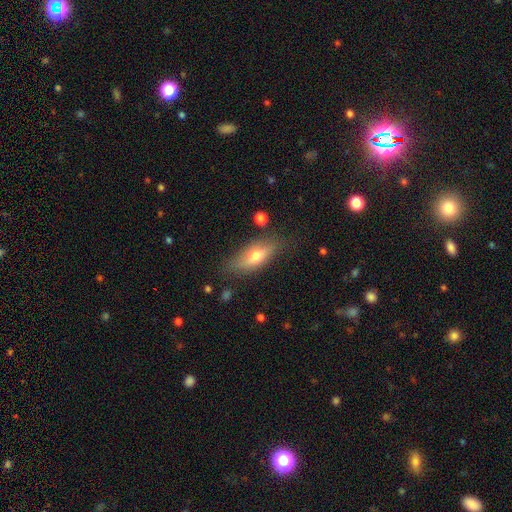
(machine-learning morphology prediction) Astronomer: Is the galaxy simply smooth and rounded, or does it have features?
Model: smooth — 56% (runner-up: featured or disk, 37%).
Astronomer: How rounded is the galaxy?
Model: in between — 64%.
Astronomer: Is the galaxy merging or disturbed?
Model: none — 75%.